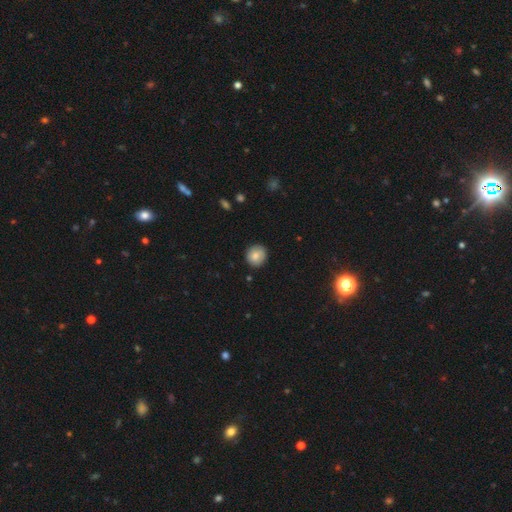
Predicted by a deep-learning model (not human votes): Q: Smooth or featured?
A: smooth (80%); runner-up: featured or disk (12%)
Q: How rounded?
A: round (87%); runner-up: in between (12%)
Q: Merging?
A: none (86%); runner-up: minor disturbance (10%)